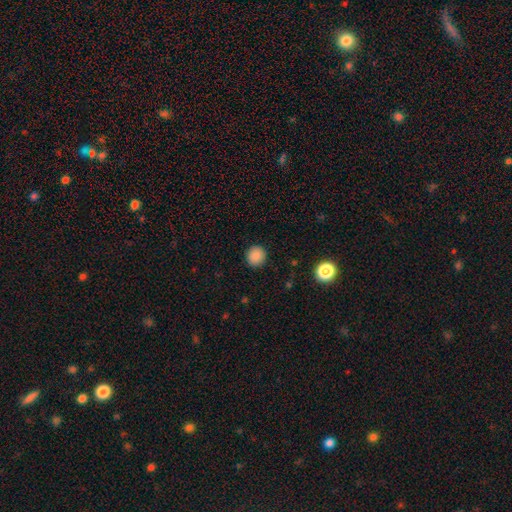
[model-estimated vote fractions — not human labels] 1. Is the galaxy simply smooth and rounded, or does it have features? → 87% smooth, 10% star or artifact, 3% featured or disk.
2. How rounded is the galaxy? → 89% round, 10% in between, 1% cigar-shaped.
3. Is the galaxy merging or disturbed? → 91% none, 6% minor disturbance, 2% major disturbance, 1% merger.